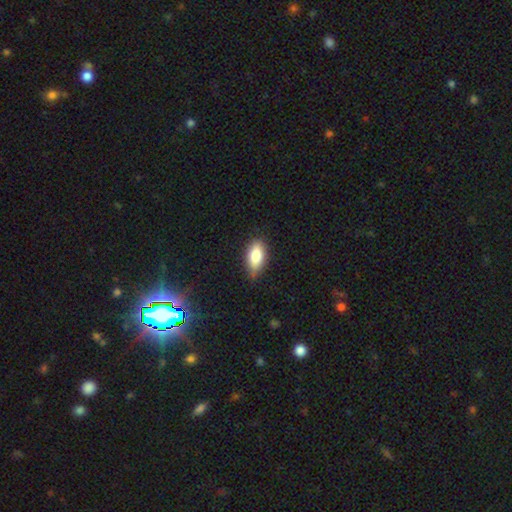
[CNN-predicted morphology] type=smooth (79%); roundness=in between (86%); merging=none (78%).